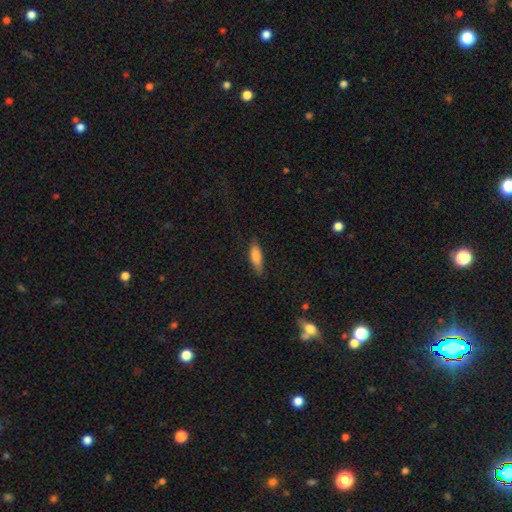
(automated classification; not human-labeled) Smooth or featured? smooth (79%)
How rounded? in between (52%)
Merging? none (77%)